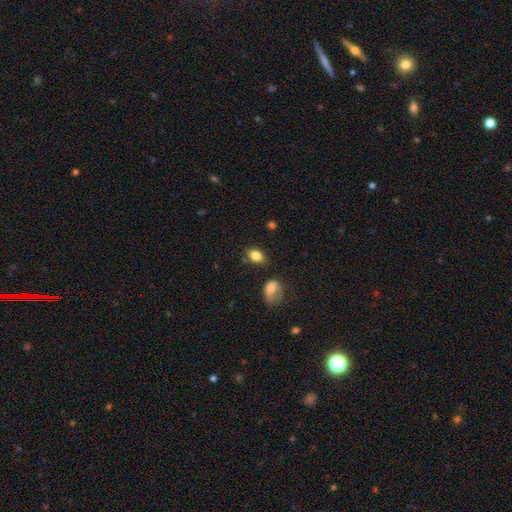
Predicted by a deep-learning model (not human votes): Smooth or featured? smooth (82%)
How rounded? in between (80%)
Merging? none (74%)